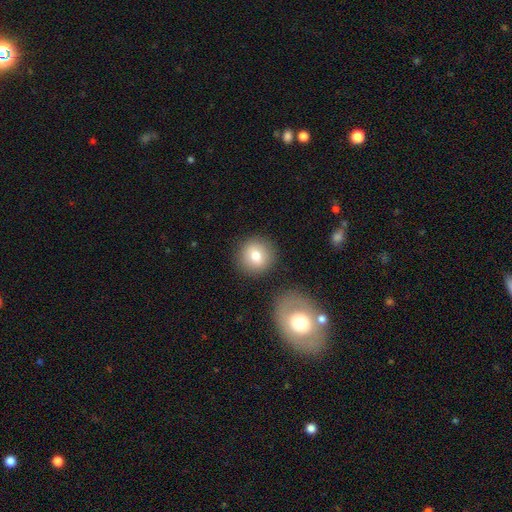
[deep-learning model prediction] smooth_or_featured: smooth (p=0.77) [alt: featured or disk p=0.14]
how_rounded: round (p=0.92) [alt: in between p=0.07]
merging: none (p=0.85) [alt: minor disturbance p=0.08]